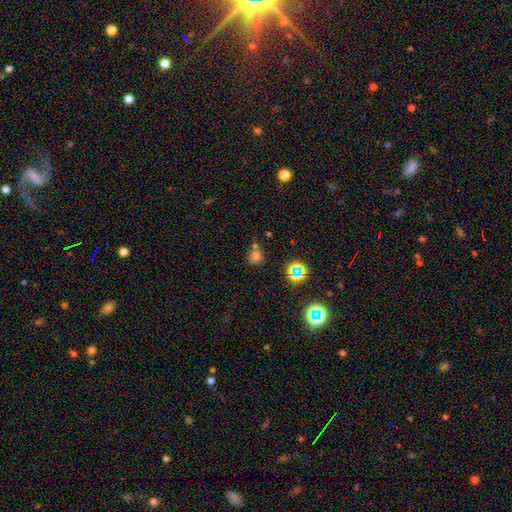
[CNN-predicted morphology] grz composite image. It shows a smooth galaxy with no disk features (68%) that is round (81%). Merging: none (58%).